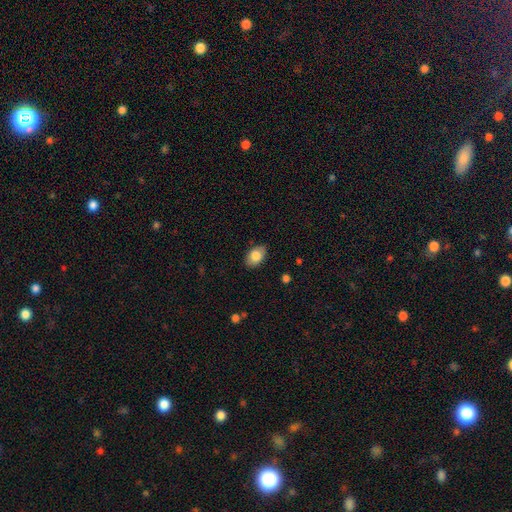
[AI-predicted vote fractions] Smooth or featured: smooth — 82% (featured or disk — 11%)
How rounded: in between — 86% (round — 13%)
Merging: none — 84% (minor disturbance — 13%)